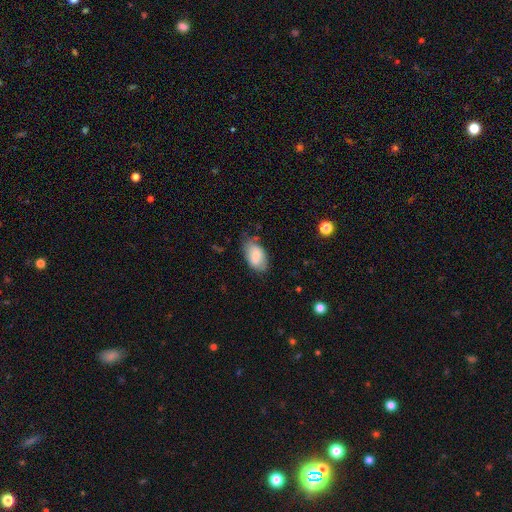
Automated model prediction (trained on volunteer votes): A smooth galaxy with no disk features (77%) that is in between round and cigar-shaped (94%). Merging: none (67%).